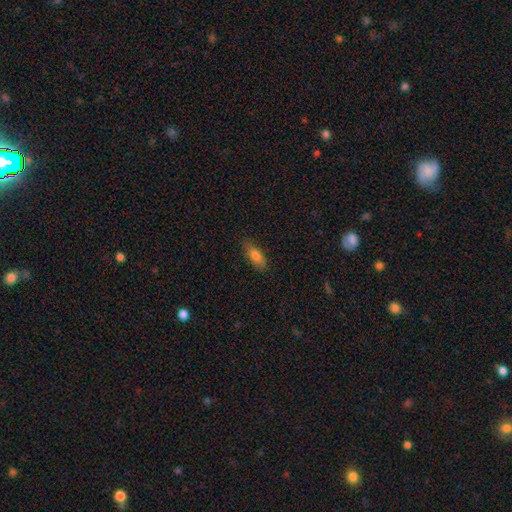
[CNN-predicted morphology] Smooth or featured? smooth (79%)
How rounded? in between (73%)
Merging? none (84%)